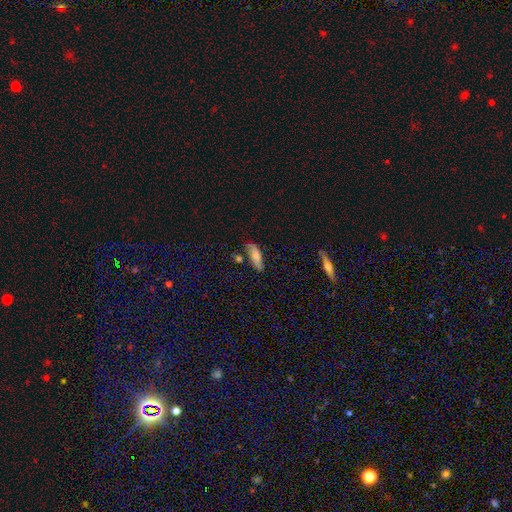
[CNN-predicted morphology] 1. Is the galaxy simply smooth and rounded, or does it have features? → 70% smooth, 22% featured or disk, 8% star or artifact.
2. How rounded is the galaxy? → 66% in between, 32% cigar-shaped, 3% round.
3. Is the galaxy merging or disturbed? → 65% none, 23% minor disturbance, 7% merger, 6% major disturbance.